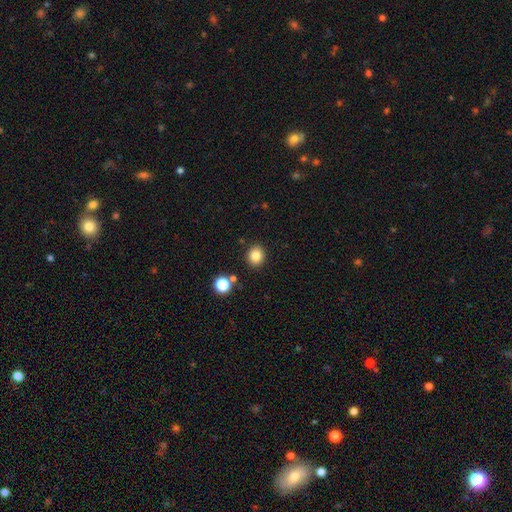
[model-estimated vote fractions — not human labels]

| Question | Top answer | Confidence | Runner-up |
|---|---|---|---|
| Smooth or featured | smooth | 83% | star or artifact (12%) |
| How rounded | round | 77% | in between (22%) |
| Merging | none | 88% | minor disturbance (7%) |